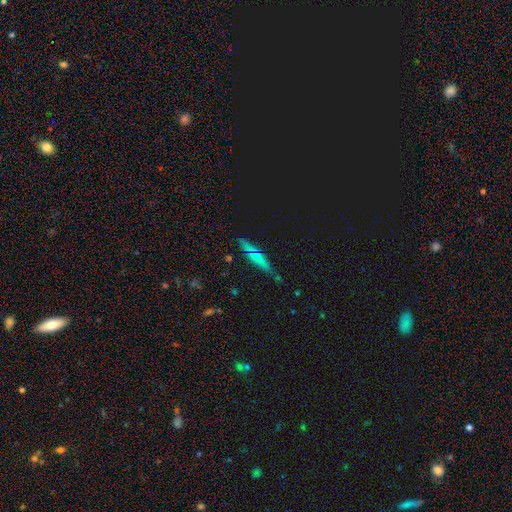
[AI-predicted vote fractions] Morphology: type=smooth (51%); roundness=cigar-shaped (77%); merging=none (79%).